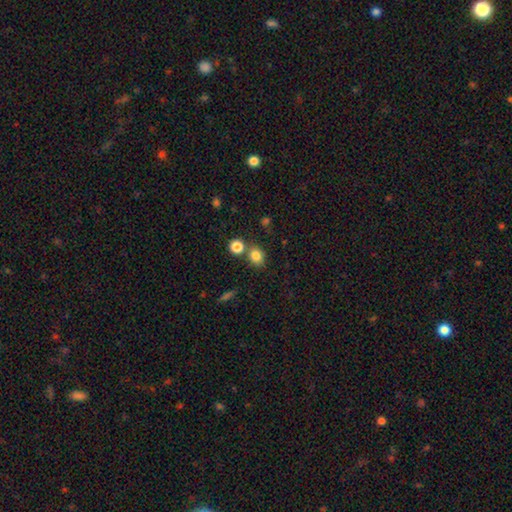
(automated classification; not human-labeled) smooth_or_featured: smooth (p=0.82) [alt: star or artifact p=0.12]
how_rounded: round (p=0.68) [alt: in between p=0.31]
merging: none (p=0.68) [alt: merger p=0.19]